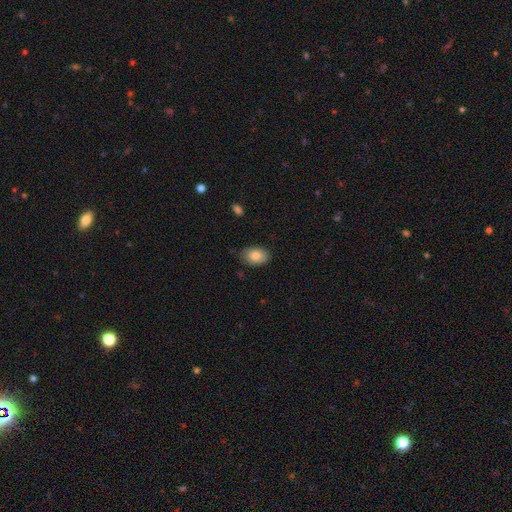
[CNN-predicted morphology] smooth-or-featured: smooth: 83% | featured or disk: 10% | star or artifact: 7%
  how-rounded: in between: 86% | round: 13% | cigar-shaped: 1%
  merging: none: 80% | minor disturbance: 16% | major disturbance: 3% | merger: 1%